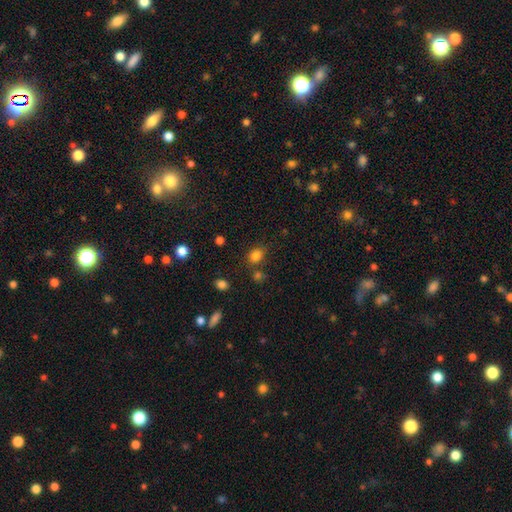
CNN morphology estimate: Q: Smooth or featured?
A: smooth (81%); runner-up: star or artifact (14%)
Q: How rounded?
A: in between (51%); runner-up: round (48%)
Q: Merging?
A: none (70%); runner-up: minor disturbance (15%)